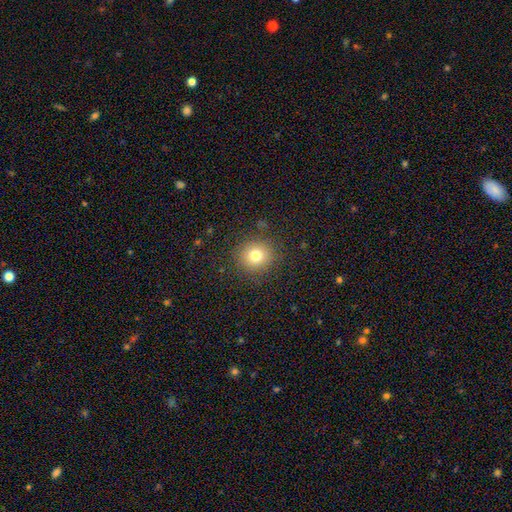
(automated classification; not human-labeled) A smooth galaxy with no disk features (77%) that is round (88%).

Vote fractions:
- Smooth or featured? smooth: 77% / star or artifact: 14% / featured or disk: 9%
- How rounded? round: 88% / in between: 11% / cigar-shaped: 1%
- Merging? none: 88% / minor disturbance: 8% / major disturbance: 3% / merger: 1%